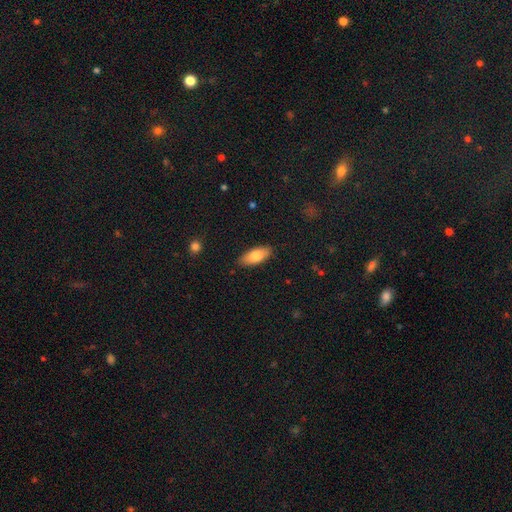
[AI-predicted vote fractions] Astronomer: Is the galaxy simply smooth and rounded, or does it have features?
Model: smooth — 78%.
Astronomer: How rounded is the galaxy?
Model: in between — 82%.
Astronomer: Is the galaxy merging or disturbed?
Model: none — 87%.